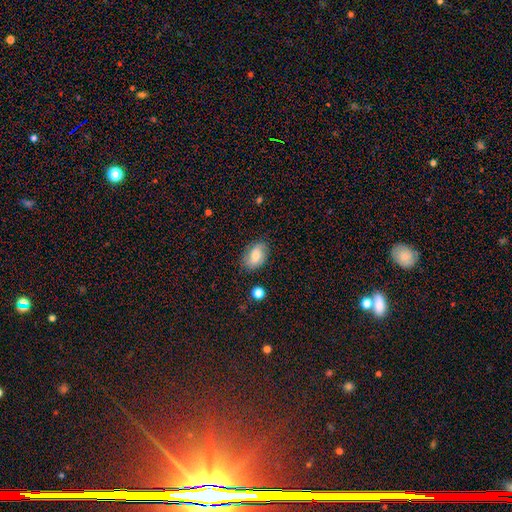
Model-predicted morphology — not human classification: smooth-or-featured: smooth: 61% | featured or disk: 30% | star or artifact: 9%
  how-rounded: in between: 82% | round: 16% | cigar-shaped: 2%
  merging: none: 76% | minor disturbance: 18% | major disturbance: 4% | merger: 2%